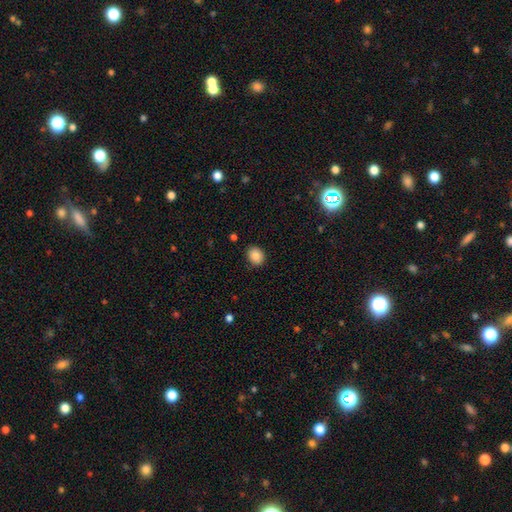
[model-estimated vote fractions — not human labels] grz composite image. It shows a smooth galaxy with no disk features (86%) that is round (57%). Merging: none (86%).